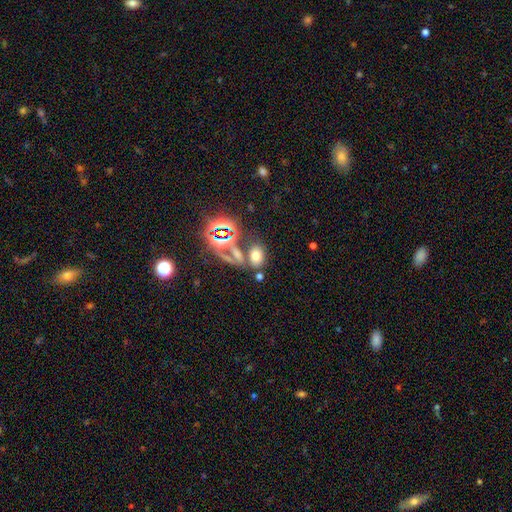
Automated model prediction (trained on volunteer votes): Overall: smooth (62%; star or artifact 27%). How rounded: in between (75%). Merging: none (56%; merger 26%).